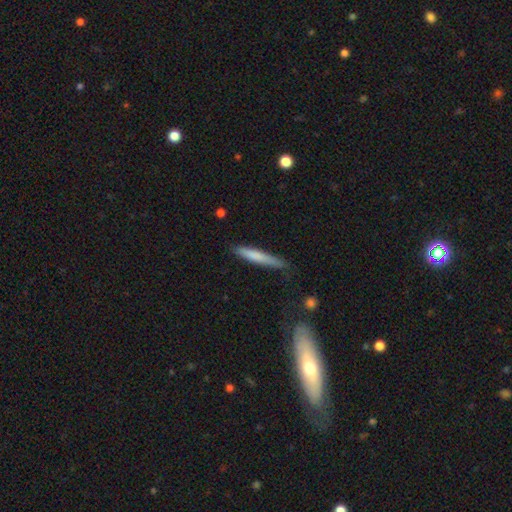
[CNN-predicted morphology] Smooth or featured: smooth — 73% (featured or disk — 21%)
How rounded: cigar-shaped — 94% (in between — 5%)
Merging: none — 74% (minor disturbance — 20%)